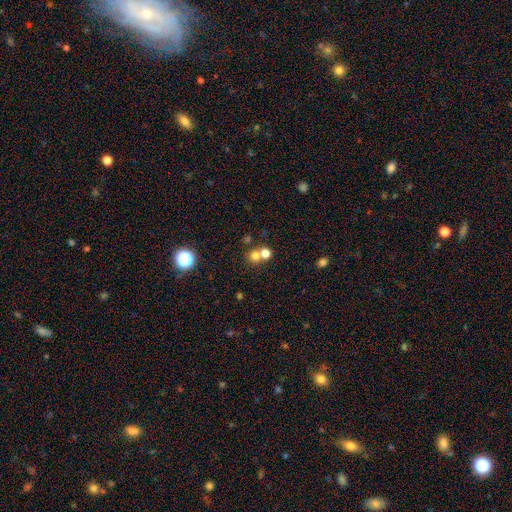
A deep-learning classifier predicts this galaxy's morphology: type=smooth (72%); roundness=round (86%); merging=none (46%, tied with merger).